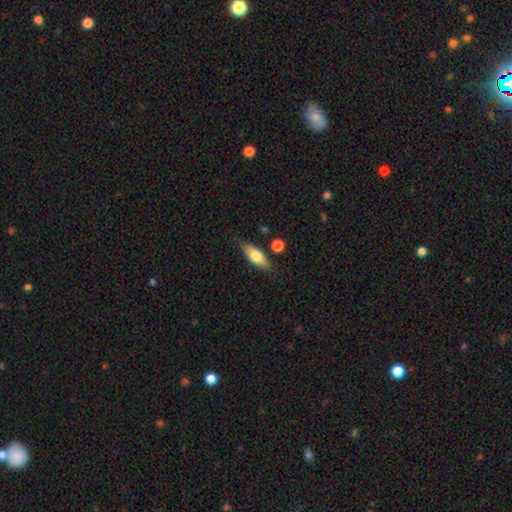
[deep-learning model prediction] This is likely a smooth galaxy (69%). How rounded: likely in between (64%). Merging: likely none (80%).